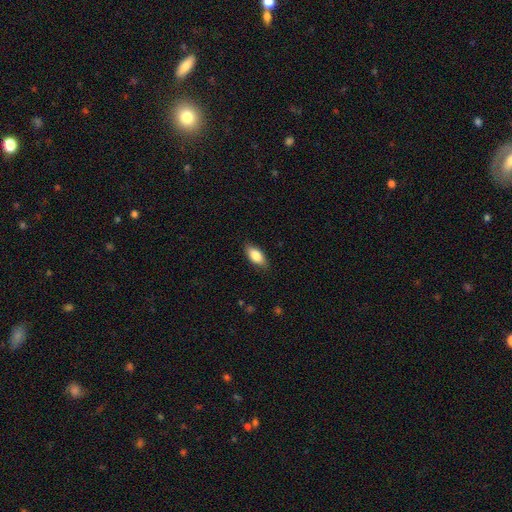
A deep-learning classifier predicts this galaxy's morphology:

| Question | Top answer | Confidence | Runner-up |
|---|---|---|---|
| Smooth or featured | smooth | 84% | featured or disk (10%) |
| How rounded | in between | 87% | cigar-shaped (10%) |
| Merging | none | 85% | minor disturbance (12%) |